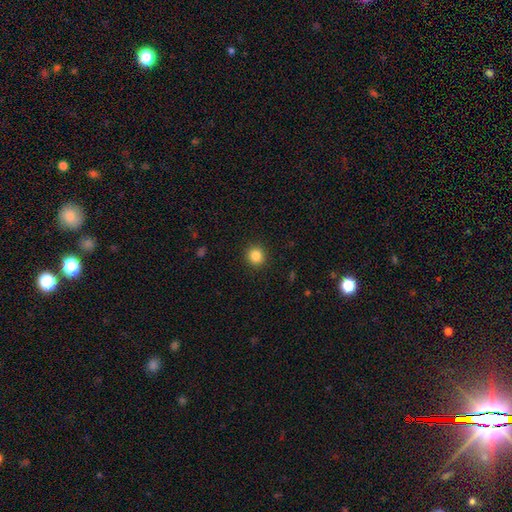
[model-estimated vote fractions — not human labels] smooth 84%, star or artifact 11%, featured or disk 5%. Down the decision tree: how rounded — round (92%); merging — none (92%).